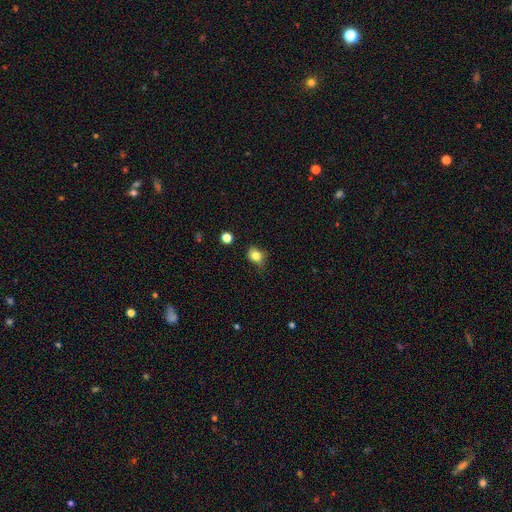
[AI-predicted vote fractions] Smooth or featured? Predicted: smooth (p=0.81). How rounded? Predicted: round (p=0.56). Merging? Predicted: none (p=0.65).